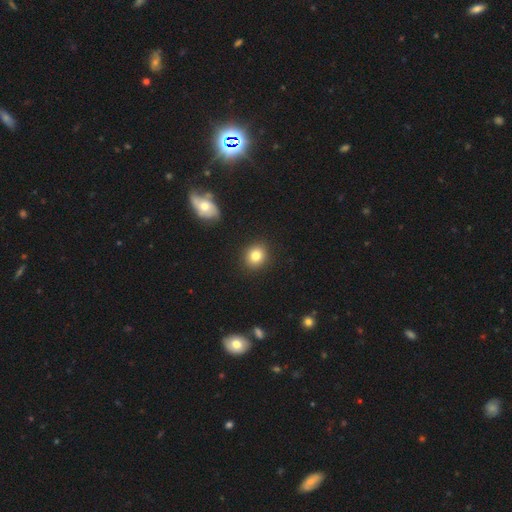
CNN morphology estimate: type=smooth (82%); roundness=round (73%); merging=none (89%).